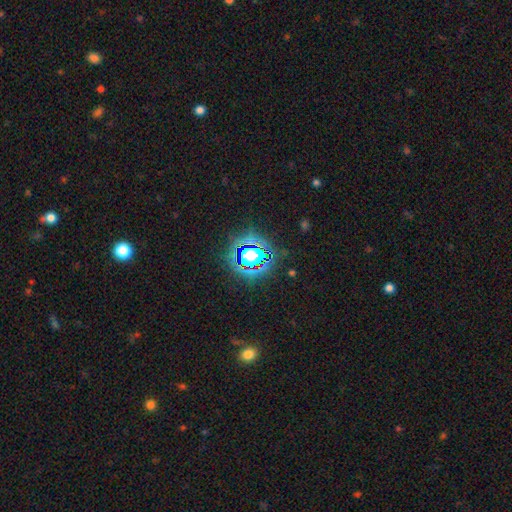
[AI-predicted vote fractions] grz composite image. It shows a star or artifact, not a galaxy (79%).